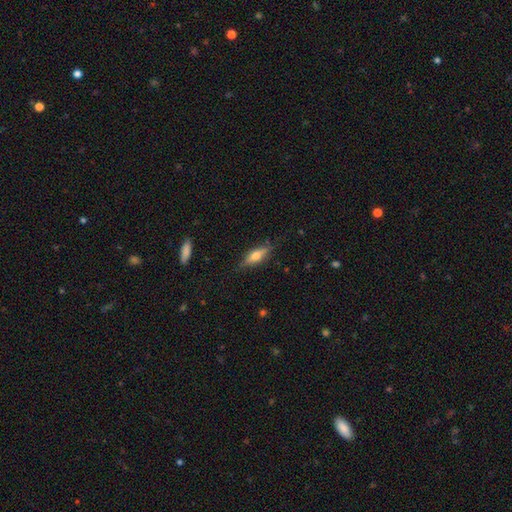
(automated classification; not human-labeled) Smooth or featured? Predicted: featured or disk (p=0.49). Merging? Predicted: none (p=0.81).